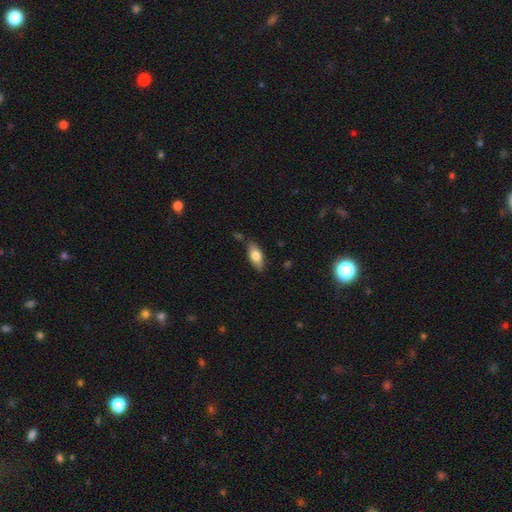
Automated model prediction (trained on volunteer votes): Smooth or featured? smooth (76%)
How rounded? in between (84%)
Merging? none (76%)